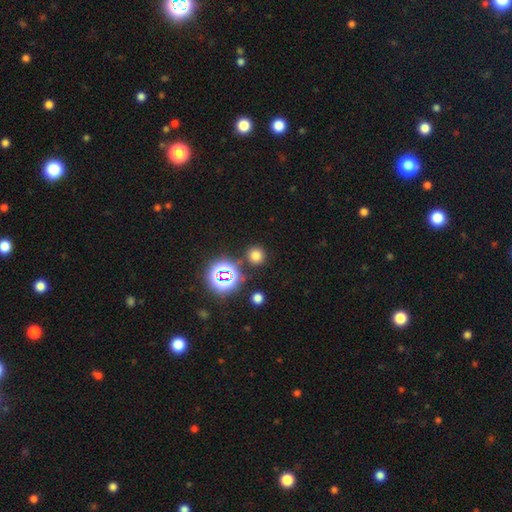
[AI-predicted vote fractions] Smooth or featured?
  - smooth: 69% *
  - star or artifact: 24%
  - featured or disk: 6%
How rounded?
  - round: 89% *
  - in between: 10%
  - cigar-shaped: 1%
Merging?
  - none: 84% *
  - minor disturbance: 7%
  - merger: 5%
  - major disturbance: 3%